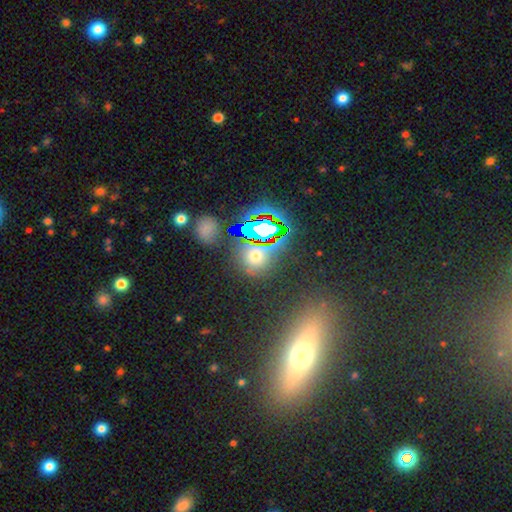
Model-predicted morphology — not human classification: Smooth or featured?
  - star or artifact: 48% *
  - smooth: 42%
  - featured or disk: 9%